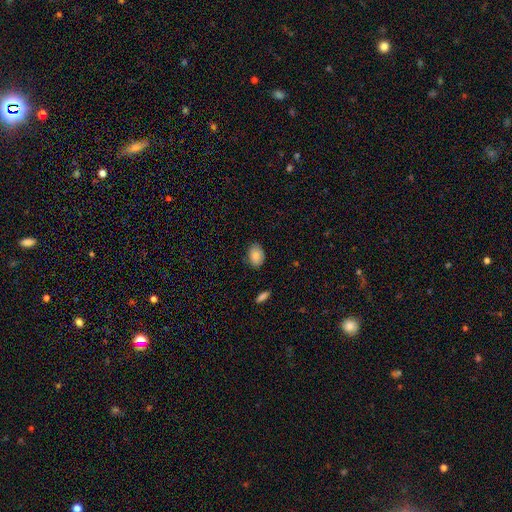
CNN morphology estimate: smooth 86%, star or artifact 8%, featured or disk 7%. Down the decision tree: how rounded — in between (81%); merging — none (83%).